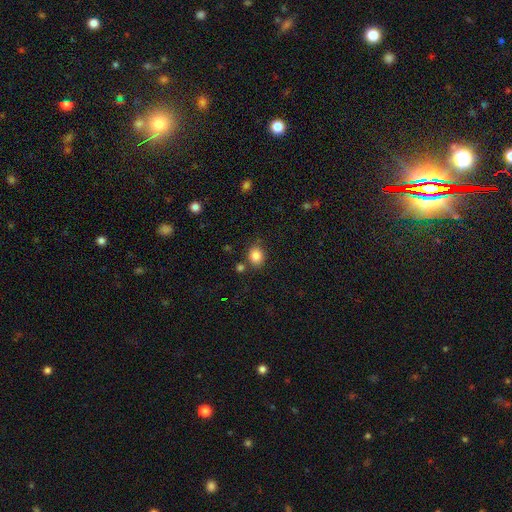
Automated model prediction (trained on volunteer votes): Smooth or featured?
  - smooth: 85% *
  - star or artifact: 10%
  - featured or disk: 5%
How rounded?
  - round: 63% *
  - in between: 36%
  - cigar-shaped: 1%
Merging?
  - none: 77% *
  - minor disturbance: 12%
  - merger: 7%
  - major disturbance: 4%